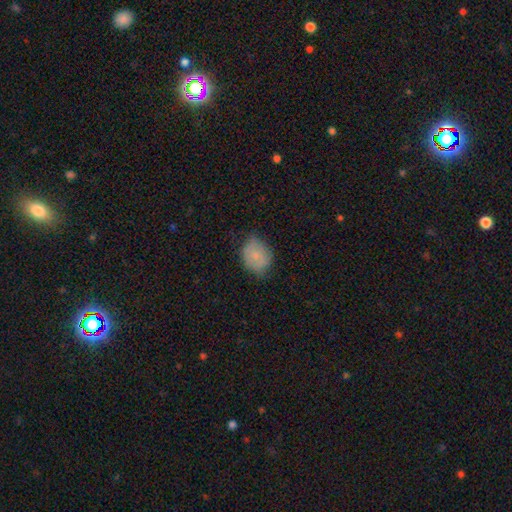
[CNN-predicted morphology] Smooth or featured? smooth (75%)
How rounded? in between (50%)
Merging? none (63%)